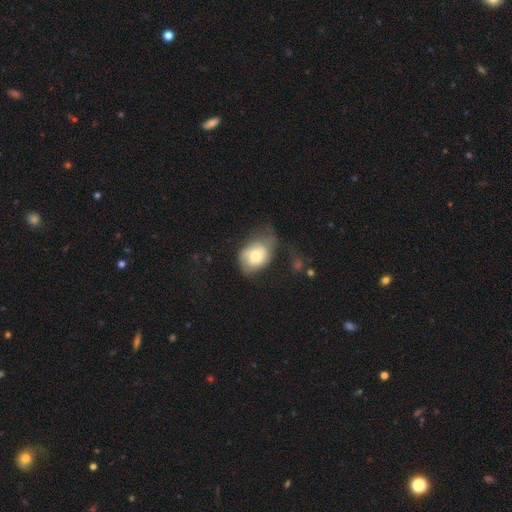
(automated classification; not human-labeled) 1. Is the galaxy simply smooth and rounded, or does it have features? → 65% smooth, 27% featured or disk, 7% star or artifact.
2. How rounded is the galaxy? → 73% in between, 26% round, 1% cigar-shaped.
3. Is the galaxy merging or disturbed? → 35% minor disturbance, 32% none, 30% major disturbance, 3% merger.